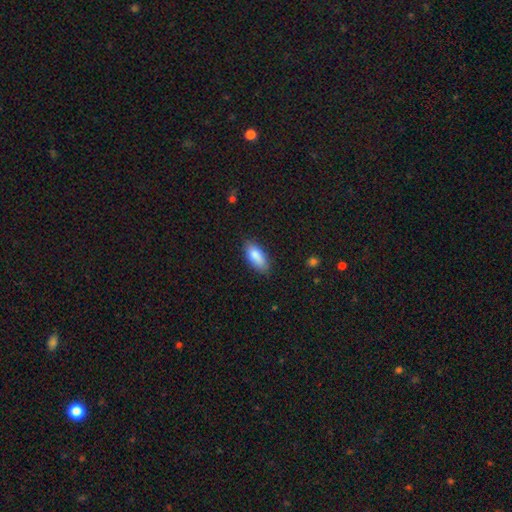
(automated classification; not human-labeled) smooth 87%, featured or disk 7%, star or artifact 6%. Down the decision tree: how rounded — in between (85%); merging — none (82%).